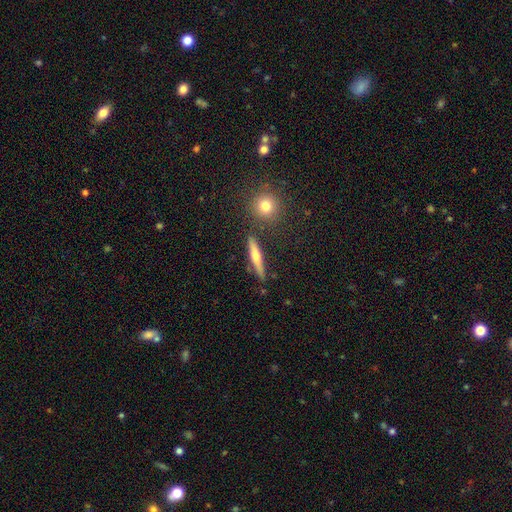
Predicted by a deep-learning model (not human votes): Smooth or featured: featured or disk — 53% (smooth — 38%)
Edge-on disk: yes — 94% (no — 6%)
Merging: none — 85% (minor disturbance — 9%)